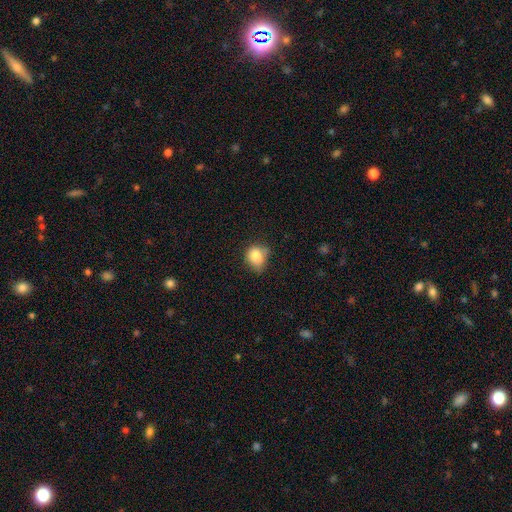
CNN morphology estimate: This is clearly a smooth galaxy (82%). How rounded: possibly round (57%). Merging: possibly none (49%).